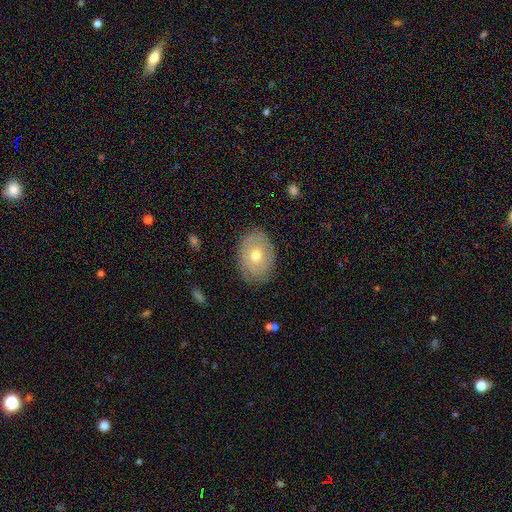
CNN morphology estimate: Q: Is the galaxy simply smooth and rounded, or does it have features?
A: smooth — 46%.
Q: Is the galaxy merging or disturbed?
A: none — 80%.